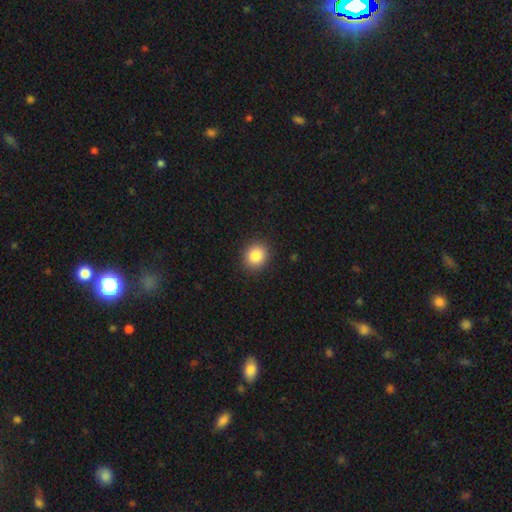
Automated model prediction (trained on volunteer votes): This appears to be a smooth galaxy with no disk features (86%) that is round (71%). Merging: none (90%).